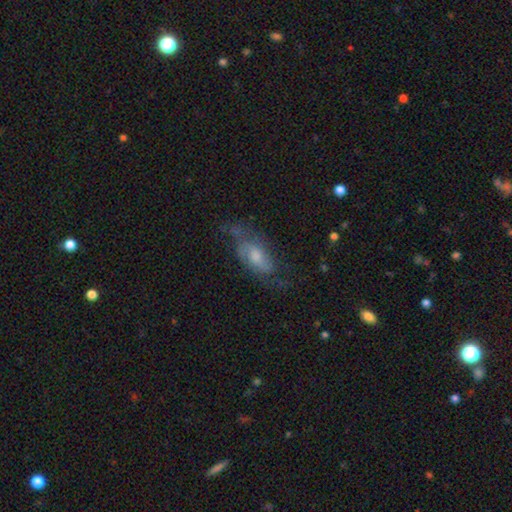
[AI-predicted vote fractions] A featured or disk galaxy (60%) with no bar (61%), spiral arms (80%) and a moderate central bulge (51%). Merging: none (53%).